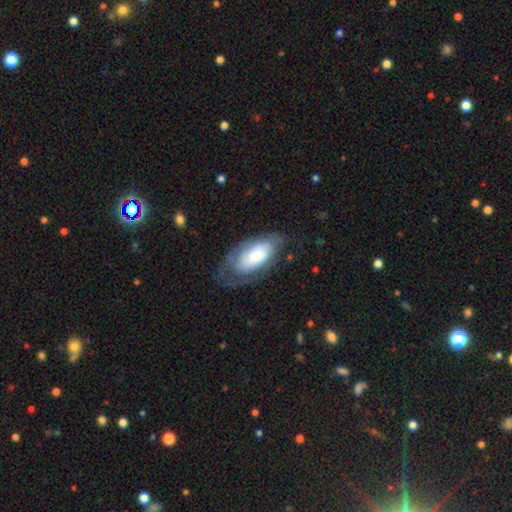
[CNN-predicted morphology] This is possibly a smooth galaxy (47%). Merging: possibly none (54%).